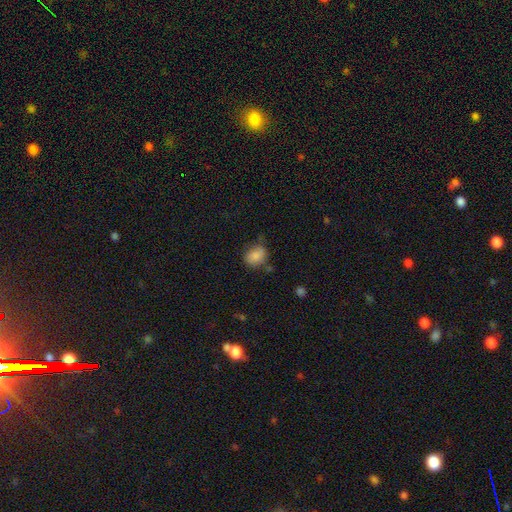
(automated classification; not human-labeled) Smooth or featured? Predicted: smooth (p=0.84). How rounded? Predicted: round (p=0.52). Merging? Predicted: none (p=0.65).